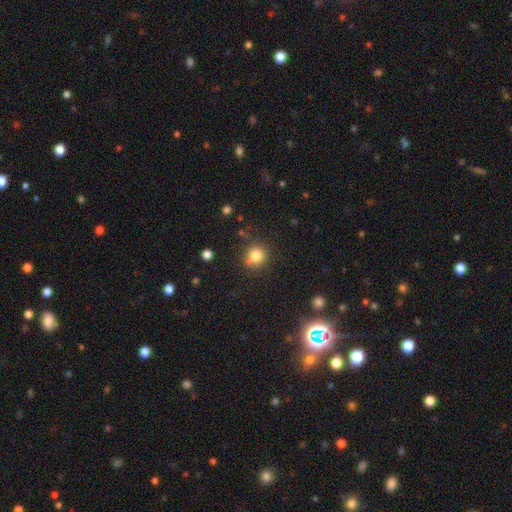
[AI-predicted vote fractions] Smooth or featured: smooth — 81% (star or artifact — 12%)
How rounded: round — 87% (in between — 12%)
Merging: none — 71% (minor disturbance — 14%)